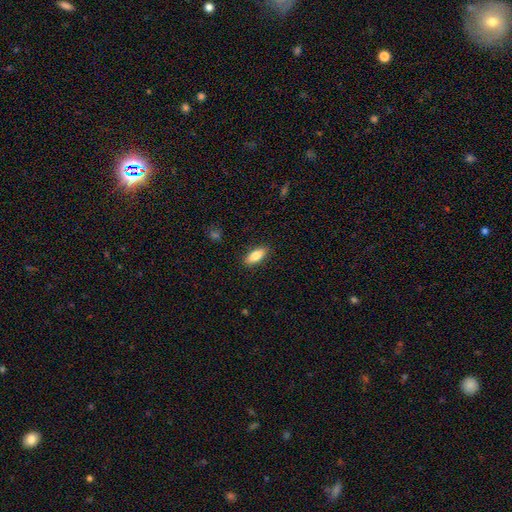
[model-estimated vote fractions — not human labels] Q: Smooth or featured?
A: smooth (81%); runner-up: featured or disk (12%)
Q: How rounded?
A: in between (77%); runner-up: cigar-shaped (21%)
Q: Merging?
A: none (89%); runner-up: minor disturbance (8%)